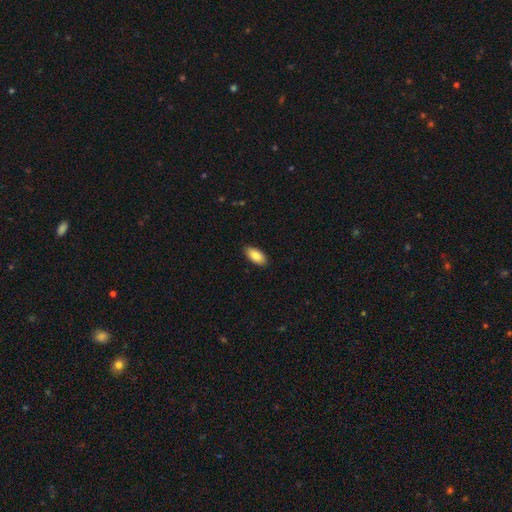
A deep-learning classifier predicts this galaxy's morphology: smooth 85%, featured or disk 8%, star or artifact 6%. Down the decision tree: how rounded — in between (93%); merging — none (89%).